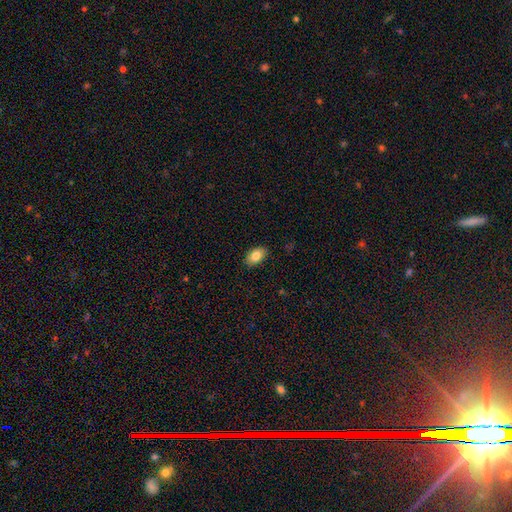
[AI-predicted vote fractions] A smooth galaxy with no disk features (83%) that is in between round and cigar-shaped (91%). Merging: none (88%).